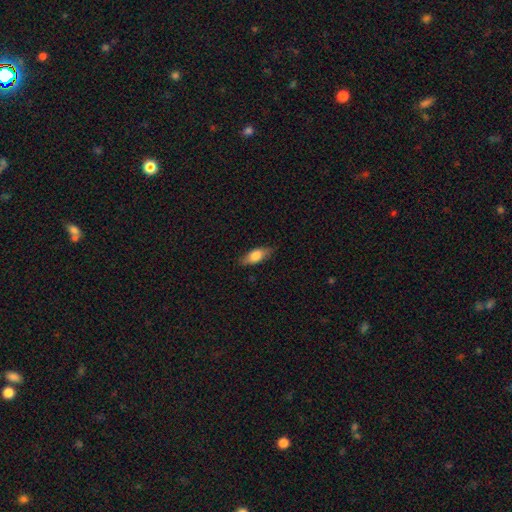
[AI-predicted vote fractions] Smooth or featured? smooth (73%)
How rounded? in between (76%)
Merging? none (82%)